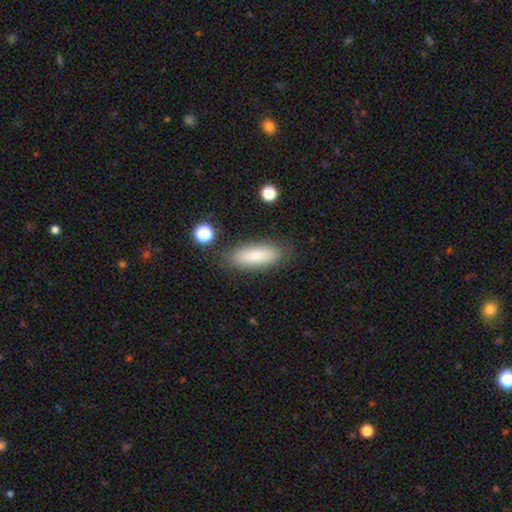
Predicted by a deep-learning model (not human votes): Smooth or featured? smooth (76%)
How rounded? in between (67%)
Merging? none (82%)